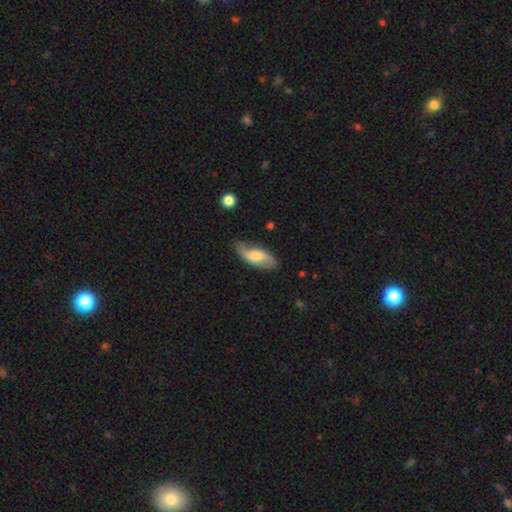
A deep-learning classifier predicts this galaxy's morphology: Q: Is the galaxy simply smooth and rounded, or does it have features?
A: featured or disk — 56%.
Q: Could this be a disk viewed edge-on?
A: no — 89%.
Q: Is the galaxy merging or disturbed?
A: none — 75%.